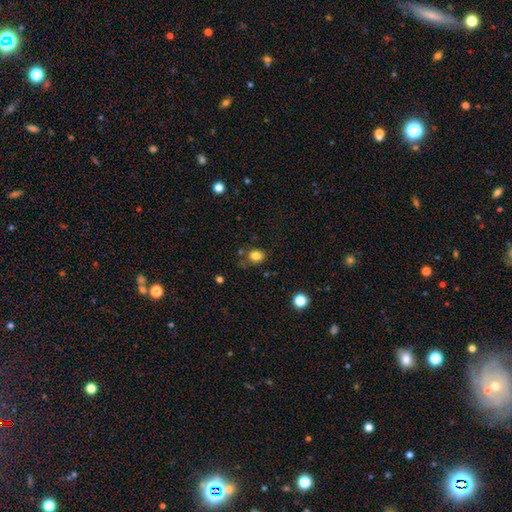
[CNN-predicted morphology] Overall: smooth (82%). How rounded: round (56%; in between 44%). Merging: none (73%).